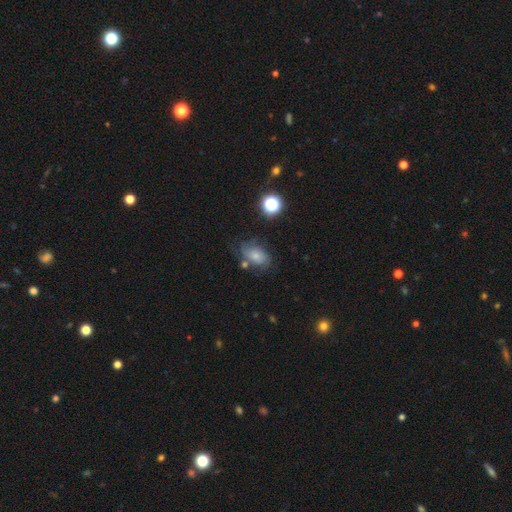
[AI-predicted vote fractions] Smooth or featured?
  - smooth: 46% *
  - featured or disk: 40%
  - star or artifact: 14%
Merging?
  - none: 51% *
  - minor disturbance: 25%
  - major disturbance: 15%
  - merger: 9%